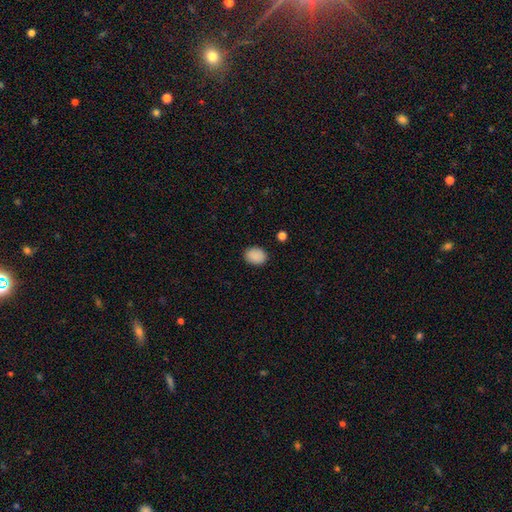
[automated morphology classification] smooth-or-featured: smooth: 89% | star or artifact: 8% | featured or disk: 3%
  how-rounded: in between: 59% | round: 40% | cigar-shaped: 1%
  merging: none: 88% | minor disturbance: 9% | major disturbance: 2% | merger: 1%